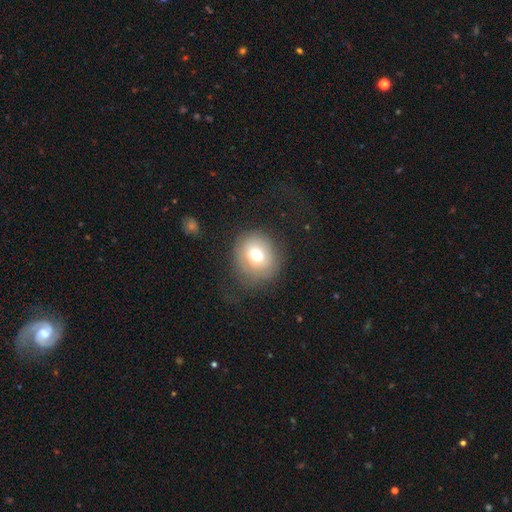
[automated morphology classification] A smooth galaxy with no disk features (71%) that is round (81%). Merging: none (71%).